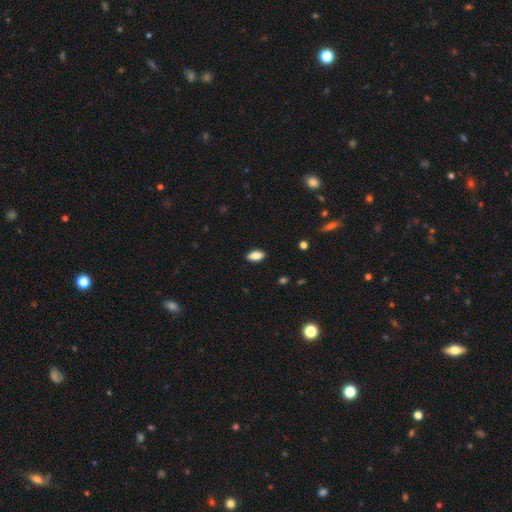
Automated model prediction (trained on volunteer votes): Smooth or featured? smooth (85%)
How rounded? in between (90%)
Merging? none (89%)